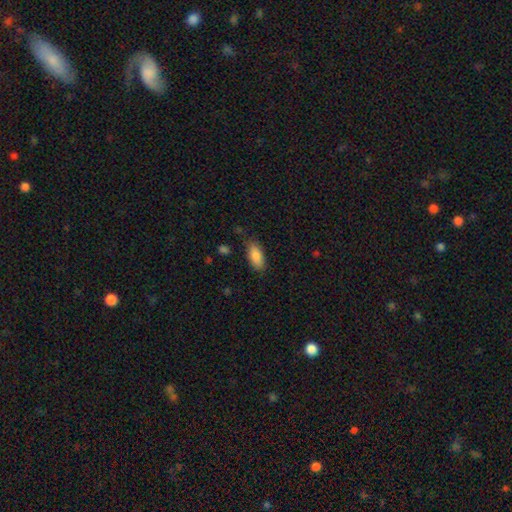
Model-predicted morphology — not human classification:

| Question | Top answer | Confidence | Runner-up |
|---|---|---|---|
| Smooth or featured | smooth | 87% | star or artifact (7%) |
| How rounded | in between | 88% | cigar-shaped (10%) |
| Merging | none | 79% | minor disturbance (16%) |